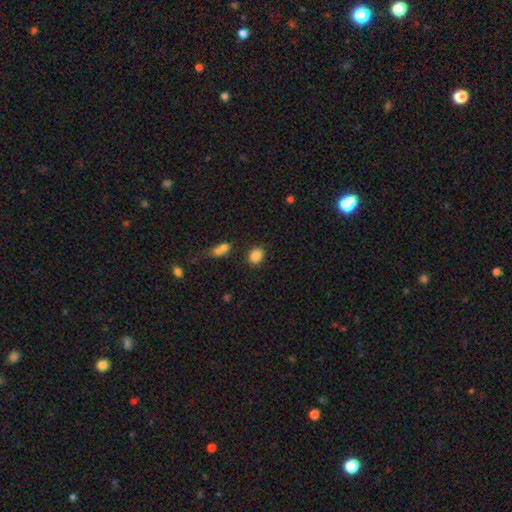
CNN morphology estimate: Q: Smooth or featured?
A: smooth (86%); runner-up: star or artifact (9%)
Q: How rounded?
A: in between (49%); tied with: round (49%)
Q: Merging?
A: none (81%); runner-up: minor disturbance (9%)